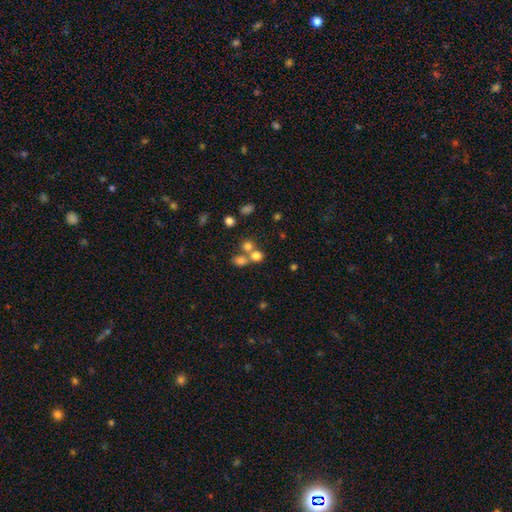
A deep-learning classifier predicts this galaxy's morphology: A smooth galaxy with no disk features (72%) that is round (77%).

Vote fractions:
- Smooth or featured? smooth: 72% / star or artifact: 17% / featured or disk: 12%
- How rounded? round: 77% / in between: 22% / cigar-shaped: 1%
- Merging? merger: 46% / none: 43% / minor disturbance: 7% / major disturbance: 4%